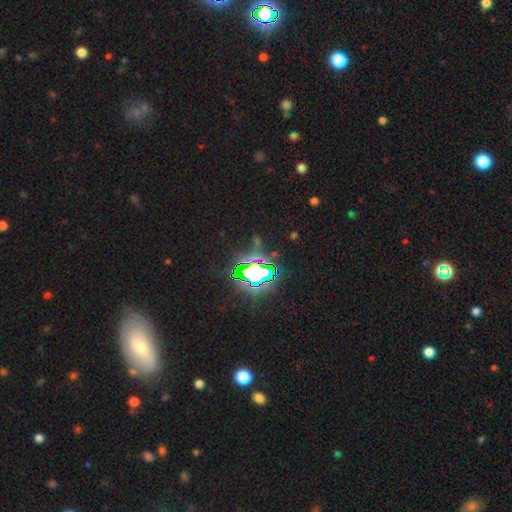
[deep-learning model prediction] A star or artifact, not a galaxy (78%).